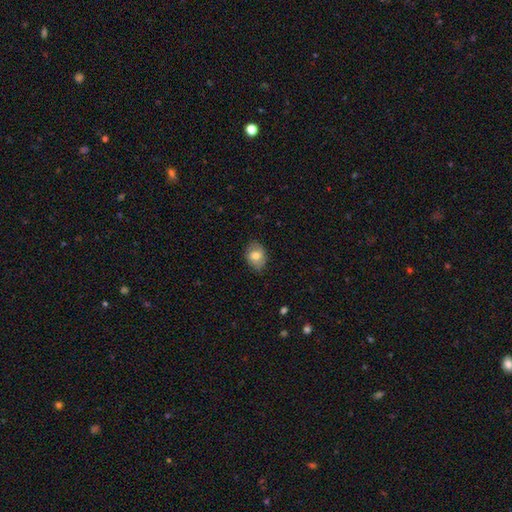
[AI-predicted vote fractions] Smooth or featured? Predicted: smooth (p=0.69). How rounded? Predicted: in between (p=0.63). Merging? Predicted: none (p=0.76).